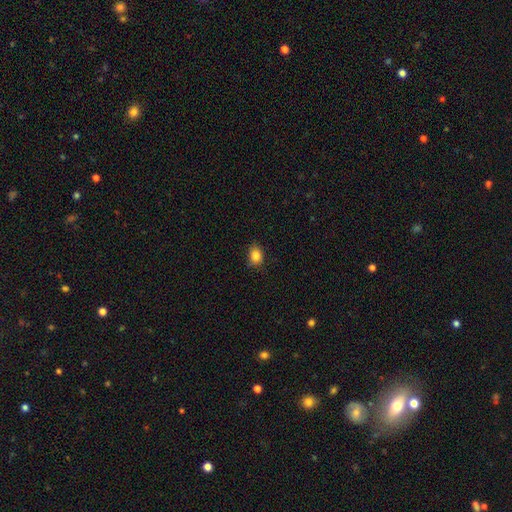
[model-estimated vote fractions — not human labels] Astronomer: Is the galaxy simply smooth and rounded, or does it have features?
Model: smooth — 86%.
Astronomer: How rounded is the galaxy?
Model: in between — 54% (runner-up: round, 45%).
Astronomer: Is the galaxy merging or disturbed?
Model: none — 80%.